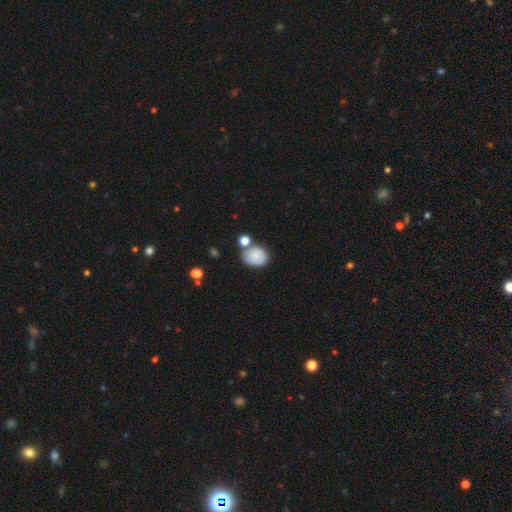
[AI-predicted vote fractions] Morphology: type=smooth (80%); roundness=round (60%); merging=none (56%).